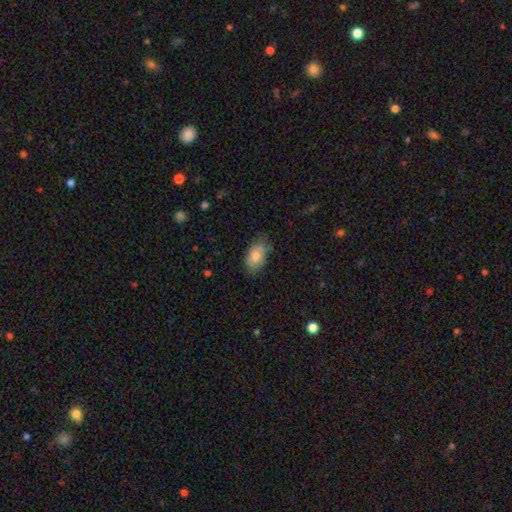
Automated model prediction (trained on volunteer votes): A smooth galaxy with no disk features (78%) that is in between round and cigar-shaped (91%).

Vote fractions:
- Smooth or featured? smooth: 78% / featured or disk: 15% / star or artifact: 7%
- How rounded? in between: 91% / round: 7% / cigar-shaped: 2%
- Merging? none: 72% / minor disturbance: 22% / major disturbance: 5% / merger: 1%